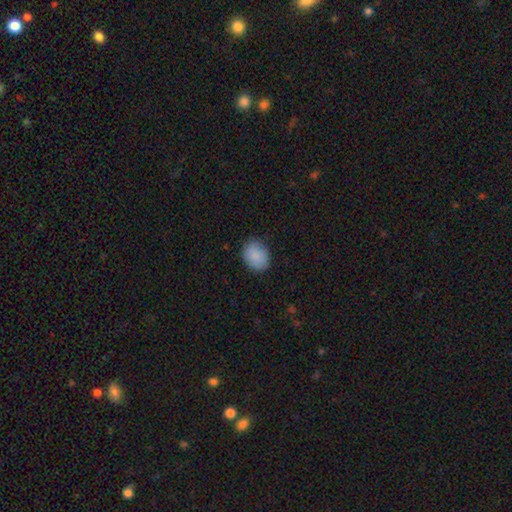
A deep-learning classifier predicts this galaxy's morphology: The model was most divided on "how rounded": in between: 56%, round: 43%, cigar-shaped: 1%. More confident: smooth or featured — smooth (88%); merging — none (81%).